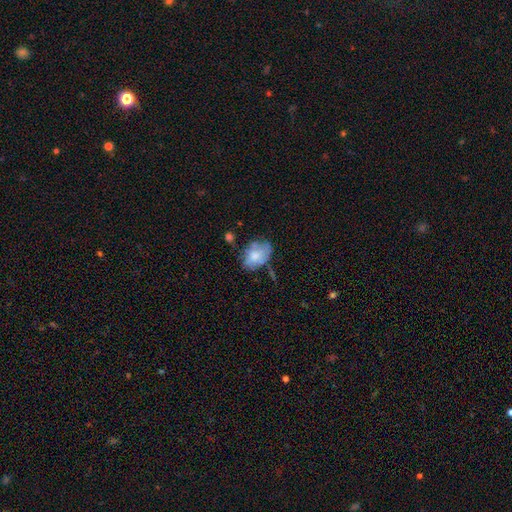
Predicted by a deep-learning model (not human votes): smooth_or_featured: smooth (p=0.60) [alt: featured or disk p=0.32]
how_rounded: in between (p=0.79) [alt: round p=0.20]
merging: none (p=0.48) [alt: minor disturbance p=0.30]